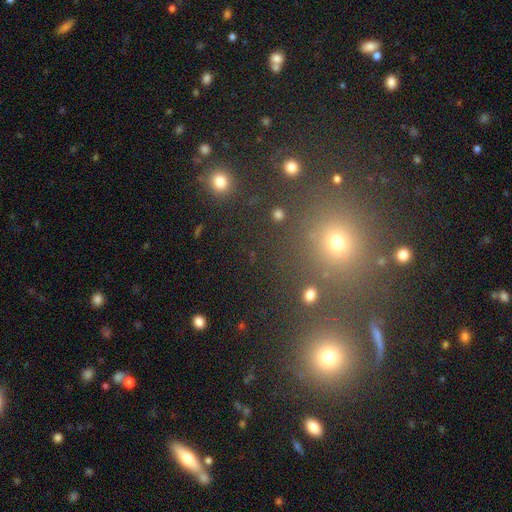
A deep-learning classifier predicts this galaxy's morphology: This is possibly a star or artifact rather than a galaxy (47%).